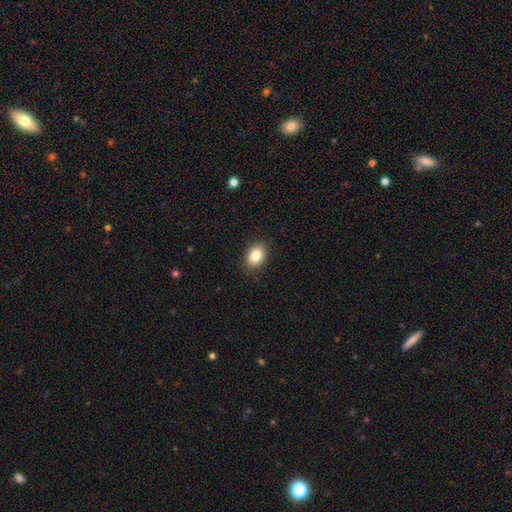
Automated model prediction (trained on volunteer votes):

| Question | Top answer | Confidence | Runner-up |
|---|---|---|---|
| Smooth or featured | smooth | 85% | star or artifact (9%) |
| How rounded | in between | 75% | round (24%) |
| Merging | none | 88% | minor disturbance (9%) |